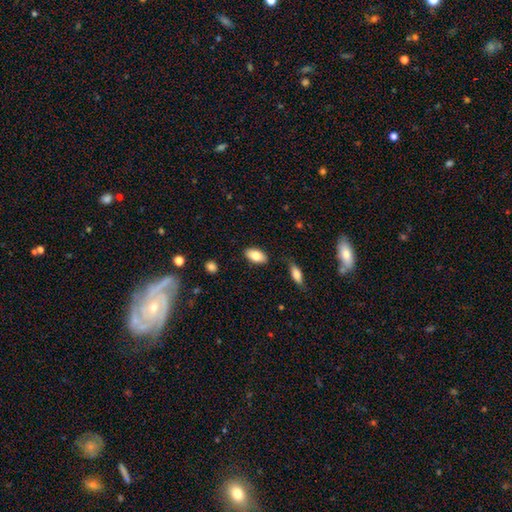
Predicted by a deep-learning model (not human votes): A smooth galaxy with no disk features (83%) that is in between round and cigar-shaped (92%). Merging: none (84%).